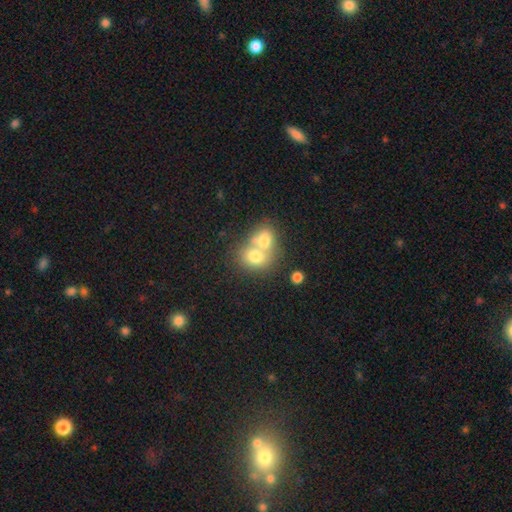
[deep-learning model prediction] smooth 71%, featured or disk 19%, star or artifact 10%. Down the decision tree: how rounded — round (51%); merging — merger (68%).